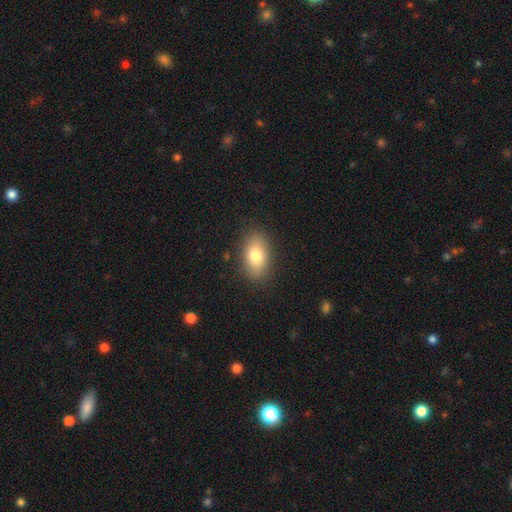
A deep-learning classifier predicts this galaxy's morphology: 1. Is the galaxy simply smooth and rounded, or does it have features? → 79% smooth, 13% featured or disk, 8% star or artifact.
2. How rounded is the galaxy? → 87% in between, 10% round, 2% cigar-shaped.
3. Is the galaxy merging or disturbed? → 86% none, 10% minor disturbance, 3% major disturbance, 1% merger.